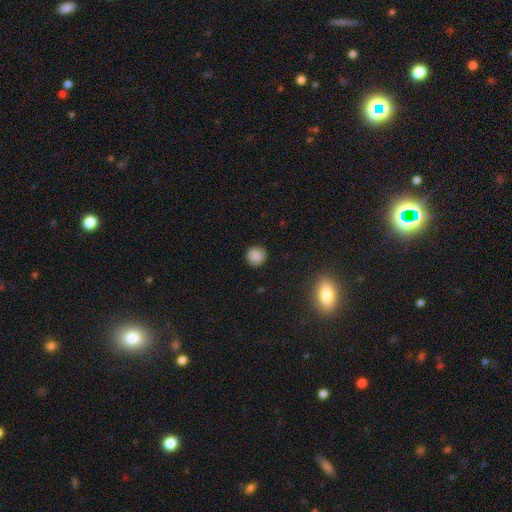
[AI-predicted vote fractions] Overall: smooth (87%). How rounded: round (93%). Merging: none (90%).